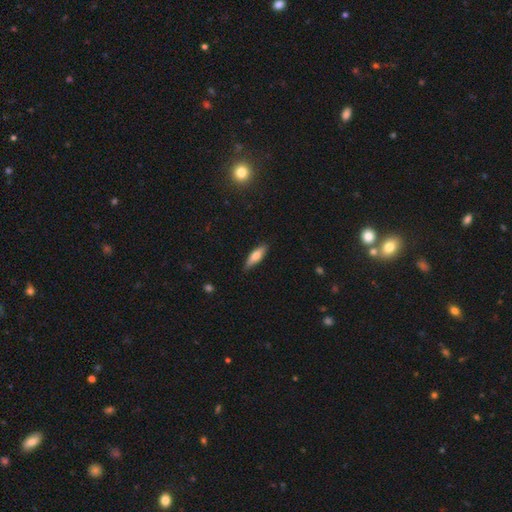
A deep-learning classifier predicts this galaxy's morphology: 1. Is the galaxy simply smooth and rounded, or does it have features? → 61% smooth, 32% featured or disk, 6% star or artifact.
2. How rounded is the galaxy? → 59% cigar-shaped, 39% in between, 2% round.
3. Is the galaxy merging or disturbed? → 85% none, 12% minor disturbance, 2% major disturbance, 1% merger.